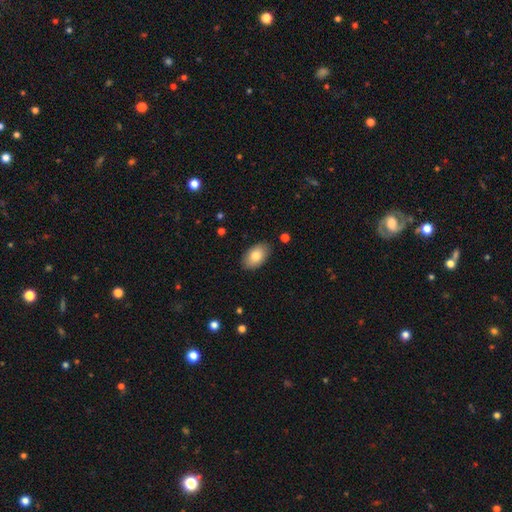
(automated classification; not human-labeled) A smooth galaxy with no disk features (84%) that is in between round and cigar-shaped (93%). Merging: none (87%).